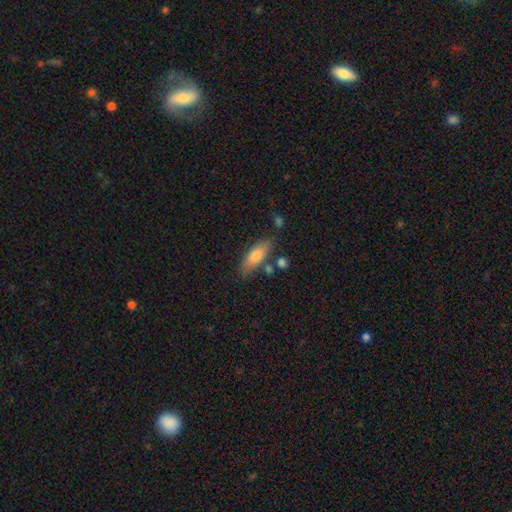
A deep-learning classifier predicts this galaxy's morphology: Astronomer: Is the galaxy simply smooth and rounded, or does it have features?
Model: smooth — 73%.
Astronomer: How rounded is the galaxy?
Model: in between — 58% (runner-up: cigar-shaped, 40%).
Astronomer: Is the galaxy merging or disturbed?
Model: none — 74%.